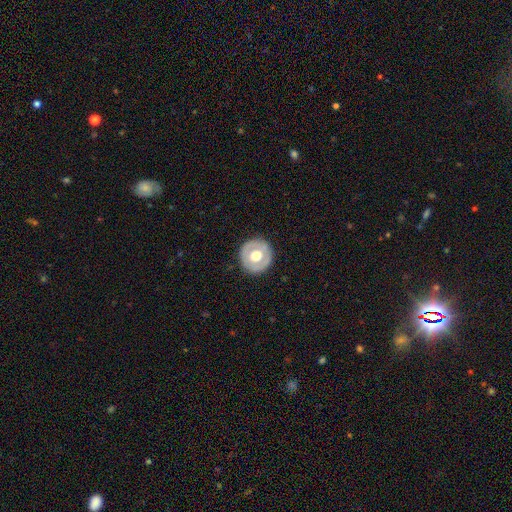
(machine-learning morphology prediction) type=smooth (48%); merging=none (89%).